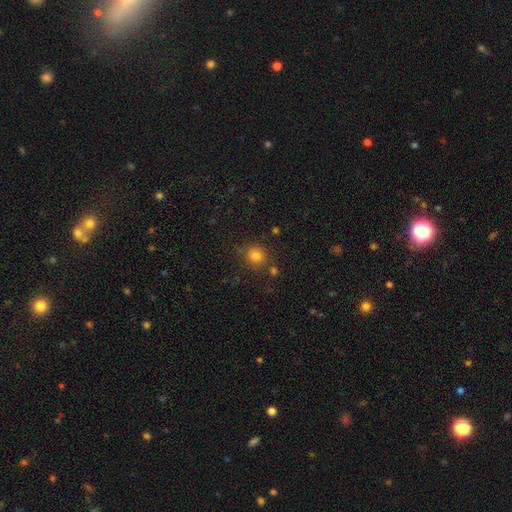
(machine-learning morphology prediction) Smooth or featured?
  - smooth: 81% *
  - star or artifact: 14%
  - featured or disk: 6%
How rounded?
  - round: 87% *
  - in between: 12%
  - cigar-shaped: 1%
Merging?
  - none: 80% *
  - minor disturbance: 10%
  - merger: 7%
  - major disturbance: 3%